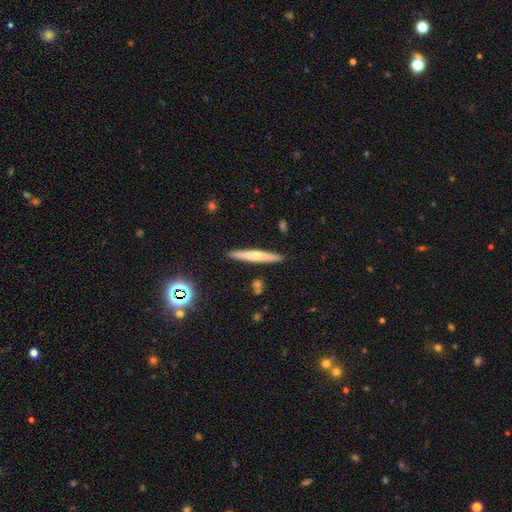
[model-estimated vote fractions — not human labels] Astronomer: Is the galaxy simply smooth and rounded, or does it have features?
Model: smooth — 52% (runner-up: featured or disk, 41%).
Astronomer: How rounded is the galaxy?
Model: cigar-shaped — 95%.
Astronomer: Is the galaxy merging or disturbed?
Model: none — 89%.